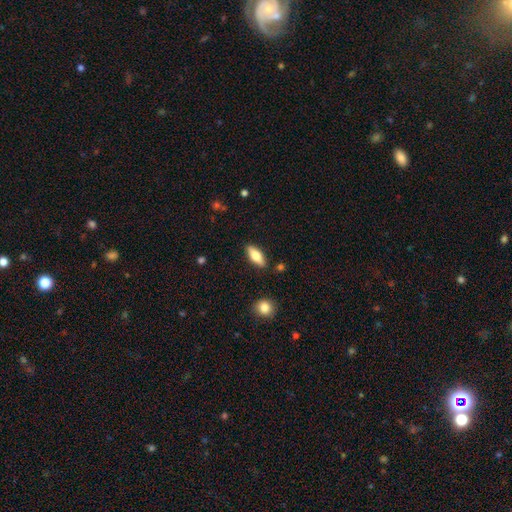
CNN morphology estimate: Q: Smooth or featured?
A: smooth (70%); runner-up: featured or disk (23%)
Q: How rounded?
A: in between (74%); runner-up: cigar-shaped (23%)
Q: Merging?
A: none (87%); runner-up: minor disturbance (9%)